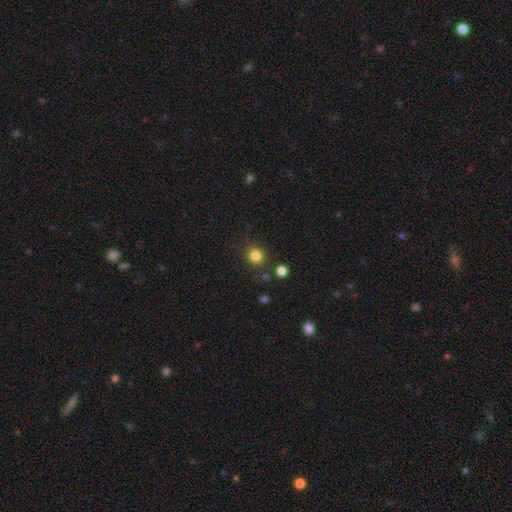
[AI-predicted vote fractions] Overall: smooth (82%). How rounded: round (90%). Merging: none (86%).